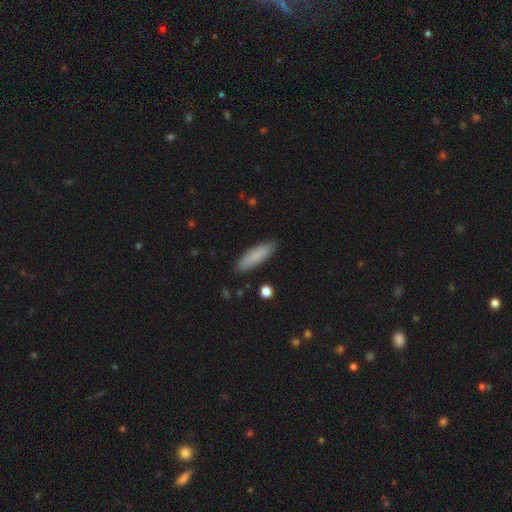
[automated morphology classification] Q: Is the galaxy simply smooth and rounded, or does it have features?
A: smooth — 86%.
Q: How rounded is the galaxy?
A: cigar-shaped — 60%.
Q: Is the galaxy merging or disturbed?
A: none — 88%.